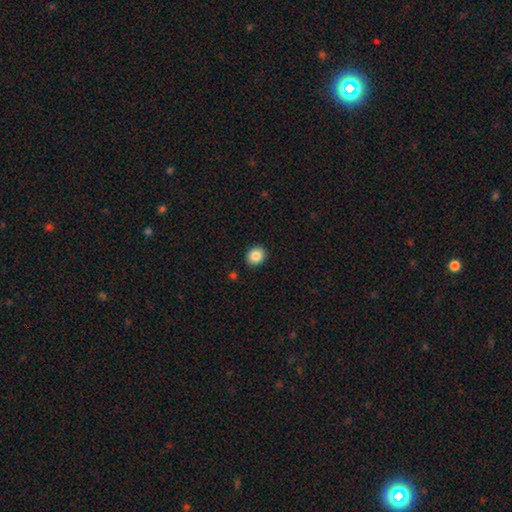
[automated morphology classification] A smooth galaxy with no disk features (86%) that is round (68%). Merging: none (90%).